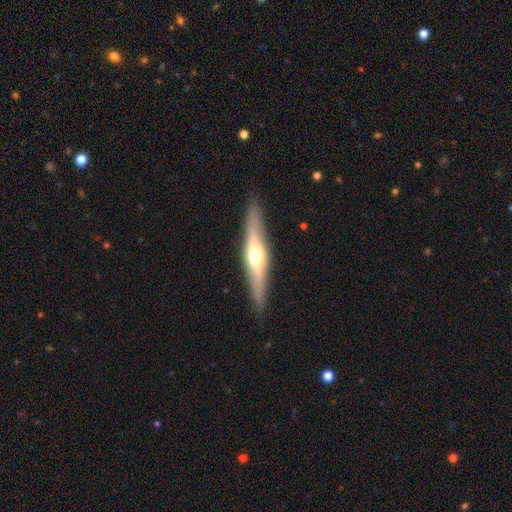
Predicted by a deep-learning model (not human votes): Smooth or featured? Predicted: featured or disk (p=0.64). Edge-on disk? Predicted: yes (p=0.93). Edge-on bulge? Predicted: rounded (p=0.91). Merging? Predicted: none (p=0.89).